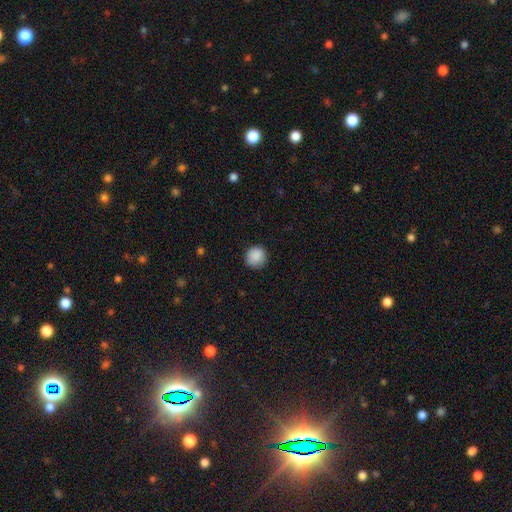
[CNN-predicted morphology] Smooth or featured? smooth (89%)
How rounded? round (92%)
Merging? none (87%)